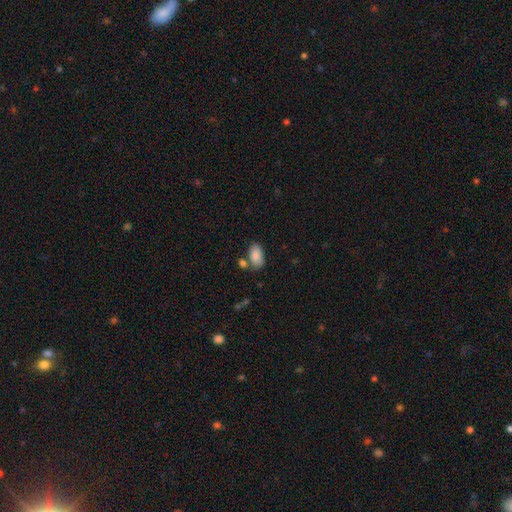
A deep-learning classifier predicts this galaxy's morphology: The model was most divided on "merging": none: 65%, merger: 16%, minor disturbance: 15%, major disturbance: 4%. More confident: how rounded — in between (93%); smooth or featured — smooth (87%).